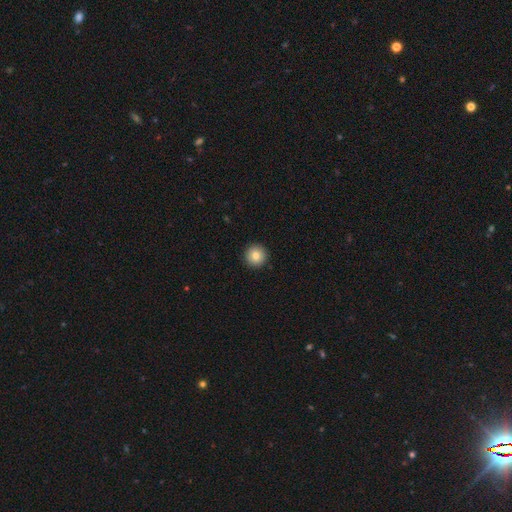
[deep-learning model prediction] smooth-or-featured: smooth: 82% | star or artifact: 9% | featured or disk: 9%
  how-rounded: round: 96% | in between: 3% | cigar-shaped: 1%
  merging: none: 93% | minor disturbance: 4% | major disturbance: 1% | merger: 1%